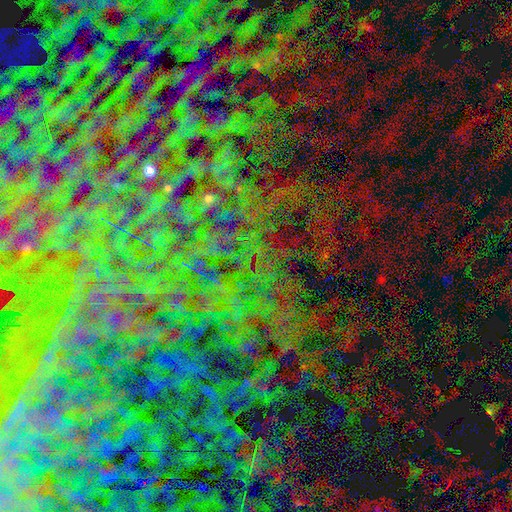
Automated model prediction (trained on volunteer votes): Smooth or featured: star or artifact — 83% (featured or disk — 9%)